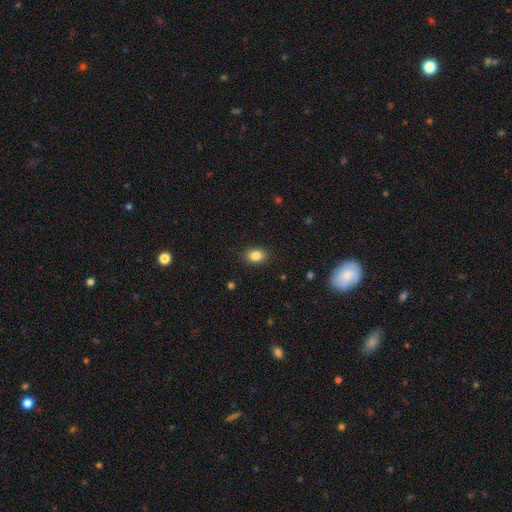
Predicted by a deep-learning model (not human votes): Smooth or featured: smooth — 85% (star or artifact — 9%)
How rounded: in between — 73% (round — 26%)
Merging: none — 88% (minor disturbance — 9%)